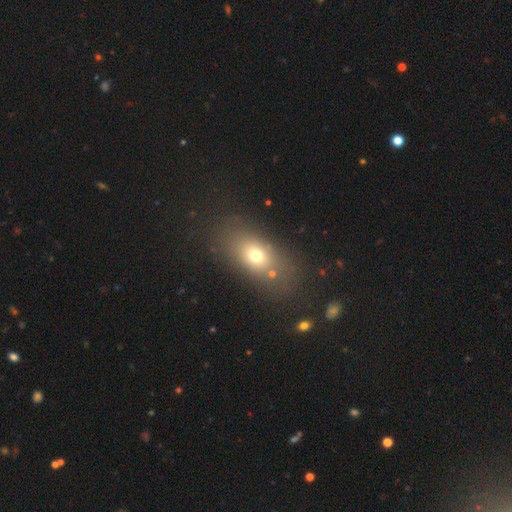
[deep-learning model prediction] Smooth or featured? Predicted: smooth (p=0.67). How rounded? Predicted: in between (p=0.72). Merging? Predicted: none (p=0.73).